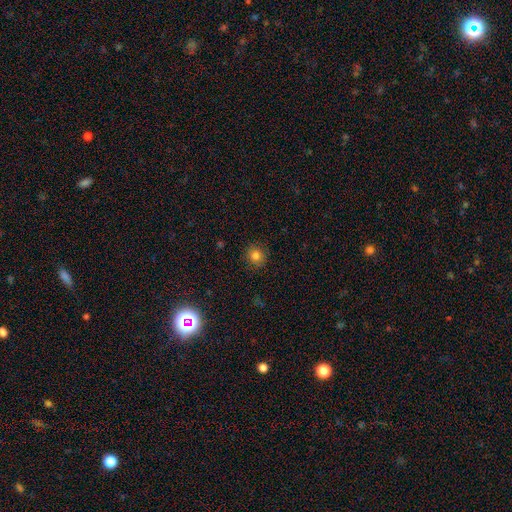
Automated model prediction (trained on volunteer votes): This appears to be a smooth galaxy with no disk features (80%) that is round (88%). Merging: none (89%).